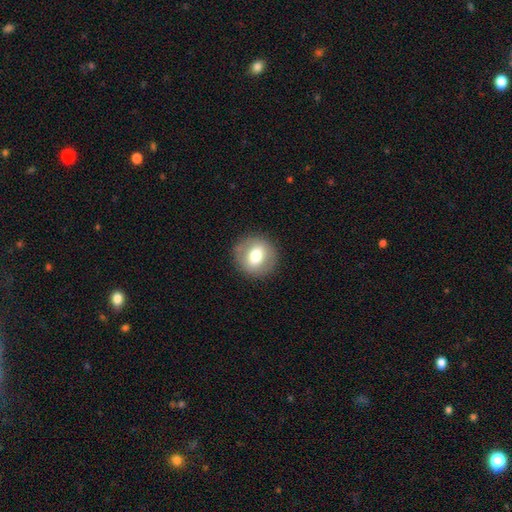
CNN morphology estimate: Smooth or featured: smooth — 60% (featured or disk — 31%)
How rounded: round — 86% (in between — 13%)
Merging: none — 87% (minor disturbance — 8%)